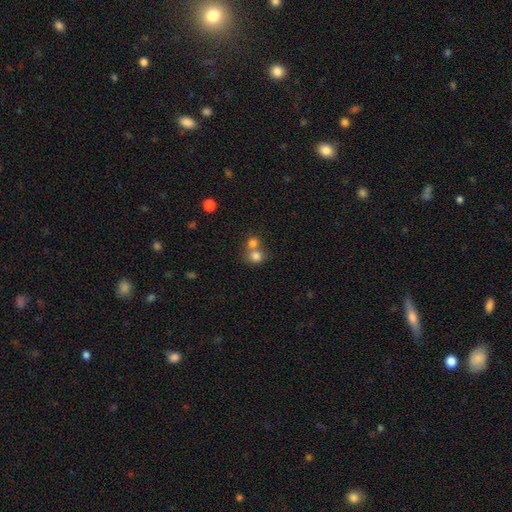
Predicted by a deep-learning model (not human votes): Smooth or featured?
  - smooth: 78% *
  - star or artifact: 12%
  - featured or disk: 10%
How rounded?
  - round: 80% *
  - in between: 19%
  - cigar-shaped: 1%
Merging?
  - merger: 54% *
  - none: 38%
  - minor disturbance: 6%
  - major disturbance: 3%